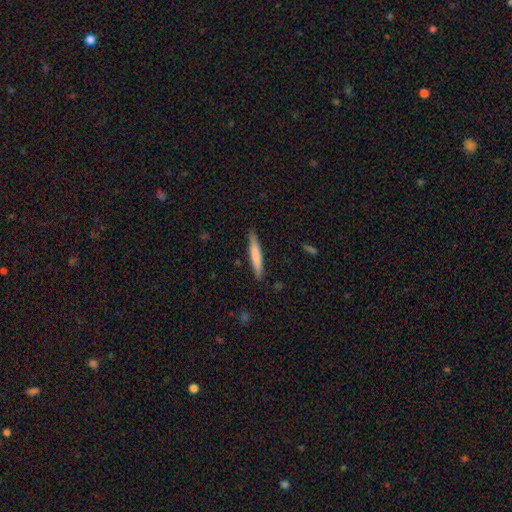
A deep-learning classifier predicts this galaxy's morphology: Smooth or featured? Predicted: smooth (p=0.74). How rounded? Predicted: cigar-shaped (p=0.93). Merging? Predicted: none (p=0.86).